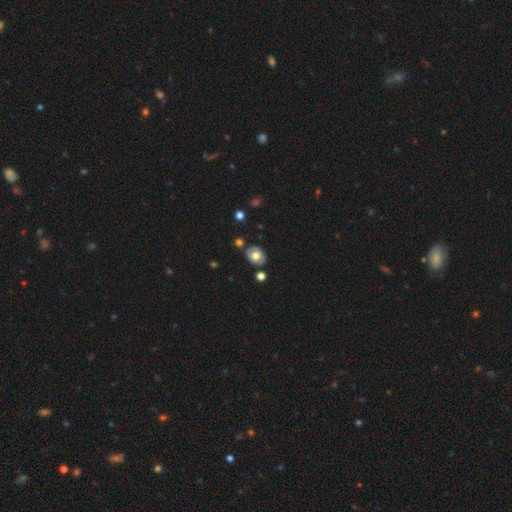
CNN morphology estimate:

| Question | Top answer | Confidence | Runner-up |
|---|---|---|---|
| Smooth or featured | smooth | 59% | featured or disk (33%) |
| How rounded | in between | 63% | round (36%) |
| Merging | none | 77% | minor disturbance (13%) |